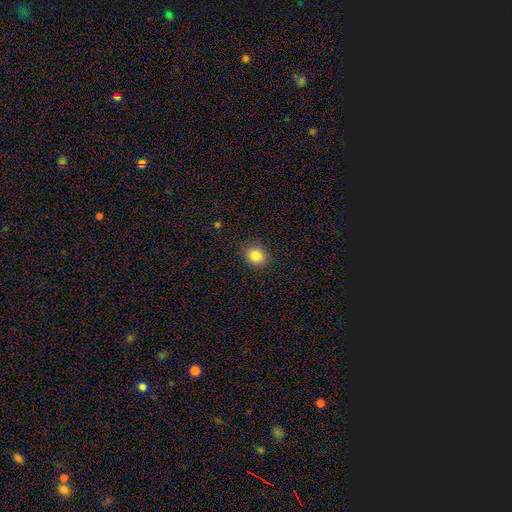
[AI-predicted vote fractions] Q: Smooth or featured?
A: smooth (84%); runner-up: star or artifact (10%)
Q: How rounded?
A: round (73%); runner-up: in between (26%)
Q: Merging?
A: none (88%); runner-up: minor disturbance (8%)